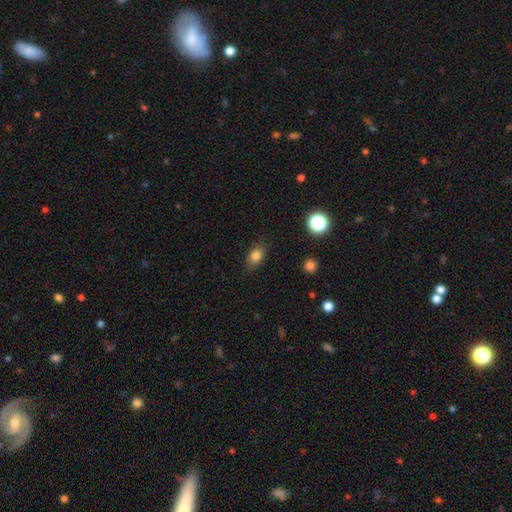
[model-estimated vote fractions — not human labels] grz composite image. It shows a smooth galaxy with no disk features (80%) that is in between round and cigar-shaped (79%). Merging: none (83%).